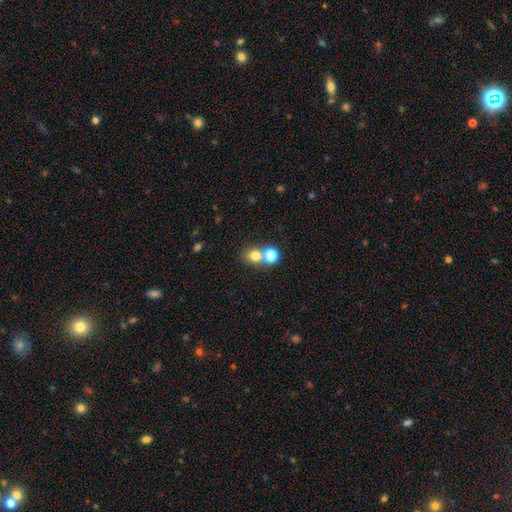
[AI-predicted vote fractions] Morphology: type=smooth (76%); roundness=round (78%); merging=none (48%).